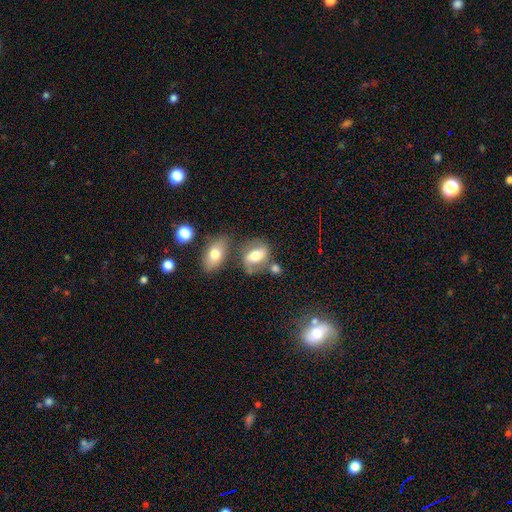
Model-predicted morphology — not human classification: Overall: smooth (54%; featured or disk 38%). How rounded: in between (74%). Merging: none (57%; merger 18%).